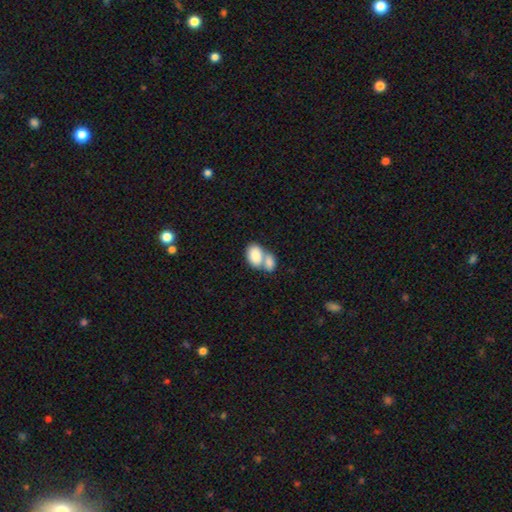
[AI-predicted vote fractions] Q: Smooth or featured?
A: smooth (83%); runner-up: featured or disk (11%)
Q: How rounded?
A: in between (89%); runner-up: round (9%)
Q: Merging?
A: merger (68%); runner-up: none (21%)